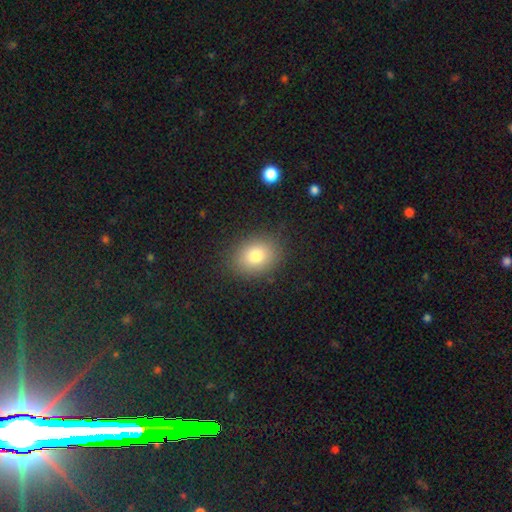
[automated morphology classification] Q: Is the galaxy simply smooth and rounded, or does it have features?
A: smooth — 79%.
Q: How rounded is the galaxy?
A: in between — 60%.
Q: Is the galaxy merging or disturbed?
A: none — 87%.